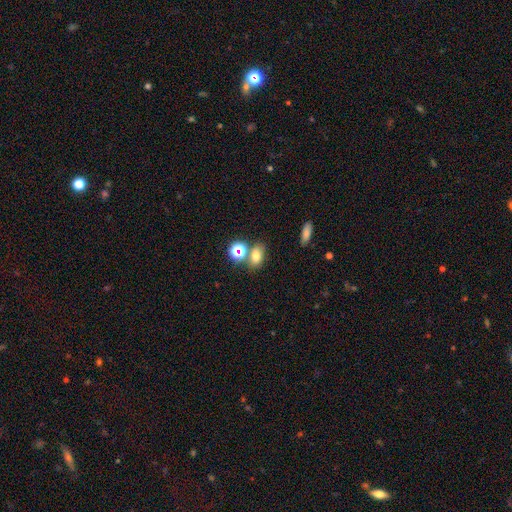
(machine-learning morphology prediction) smooth-or-featured: smooth: 68% | star or artifact: 20% | featured or disk: 12%
  how-rounded: in between: 70% | round: 27% | cigar-shaped: 3%
  merging: none: 64% | merger: 20% | minor disturbance: 11% | major disturbance: 4%